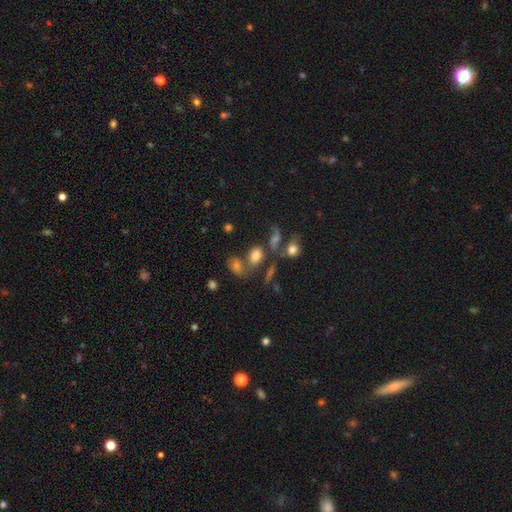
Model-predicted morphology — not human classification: Smooth or featured? smooth (71%)
How rounded? in between (71%)
Merging? none (43%)